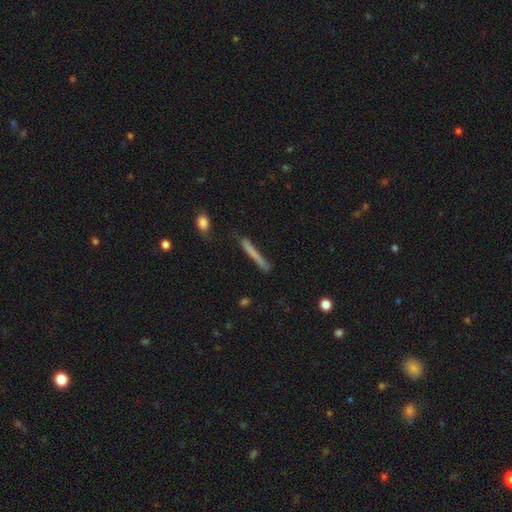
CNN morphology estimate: smooth-or-featured: smooth: 63% | featured or disk: 29% | star or artifact: 8%
  how-rounded: cigar-shaped: 96% | in between: 3% | round: 2%
  merging: none: 76% | minor disturbance: 17% | major disturbance: 4% | merger: 3%